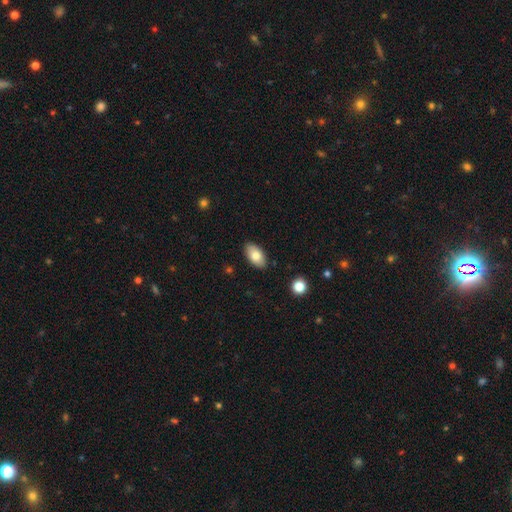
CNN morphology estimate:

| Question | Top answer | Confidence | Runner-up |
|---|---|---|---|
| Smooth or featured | smooth | 79% | featured or disk (14%) |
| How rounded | in between | 94% | round (4%) |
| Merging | none | 87% | minor disturbance (10%) |